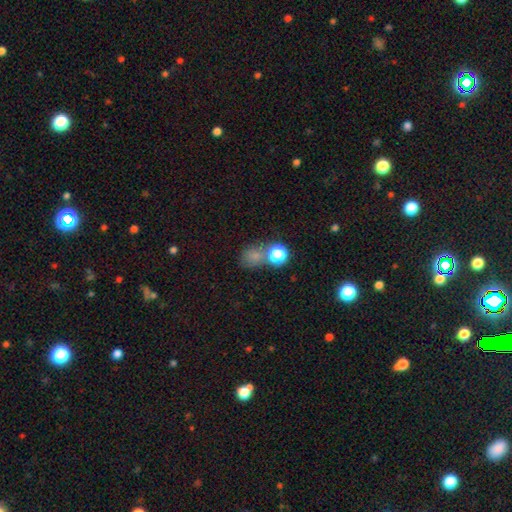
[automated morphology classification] smooth-or-featured: smooth: 67% | star or artifact: 25% | featured or disk: 8%
  how-rounded: round: 62% | in between: 36% | cigar-shaped: 1%
  merging: none: 52% | merger: 23% | minor disturbance: 15% | major disturbance: 9%